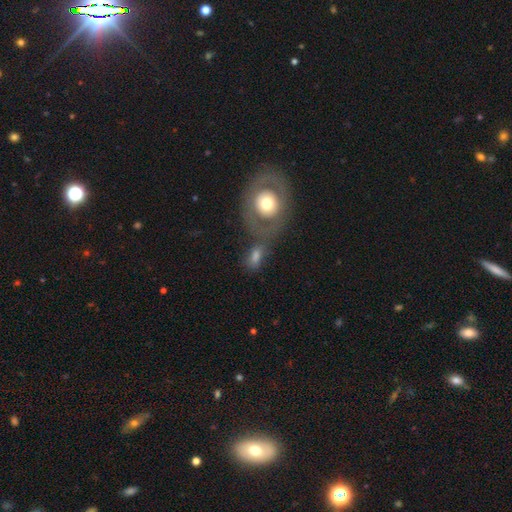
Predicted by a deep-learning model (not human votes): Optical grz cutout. It shows a smooth galaxy with no disk features (53%) that is in between round and cigar-shaped (61%). Merging: none (47%).